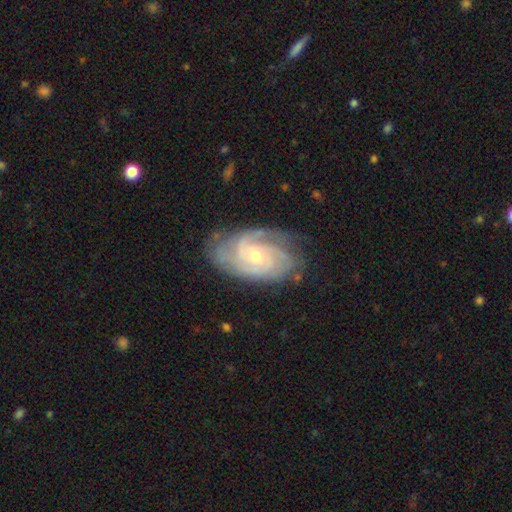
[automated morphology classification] Smooth or featured: featured or disk — 89% (smooth — 6%)
Edge-on disk: no — 97% (yes — 3%)
Bar: no — 65% (weak — 29%)
Spiral arms: yes — 98% (no — 2%)
Spiral winding: tight — 65% (medium — 30%)
Spiral arm count: 3 — 37% (2 — 21%)
Bulge size: small — 56% (moderate — 41%)
Merging: none — 73% (minor disturbance — 20%)